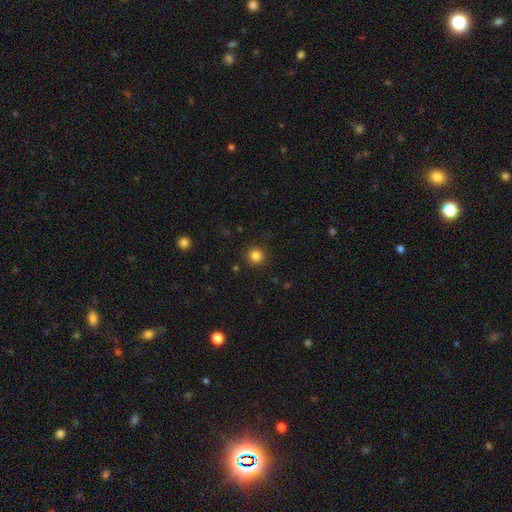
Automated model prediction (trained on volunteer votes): A smooth galaxy with no disk features (84%) that is round (95%).

Vote fractions:
- Smooth or featured? smooth: 84% / star or artifact: 12% / featured or disk: 4%
- How rounded? round: 95% / in between: 4% / cigar-shaped: 1%
- Merging? none: 91% / minor disturbance: 5% / major disturbance: 2% / merger: 1%